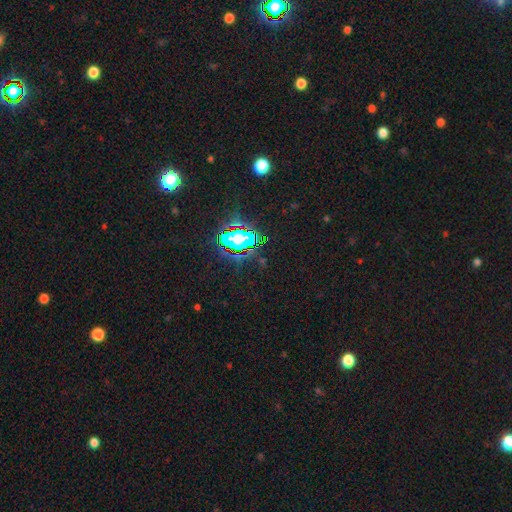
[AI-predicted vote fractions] Smooth or featured?
  - star or artifact: 82% *
  - smooth: 11%
  - featured or disk: 7%